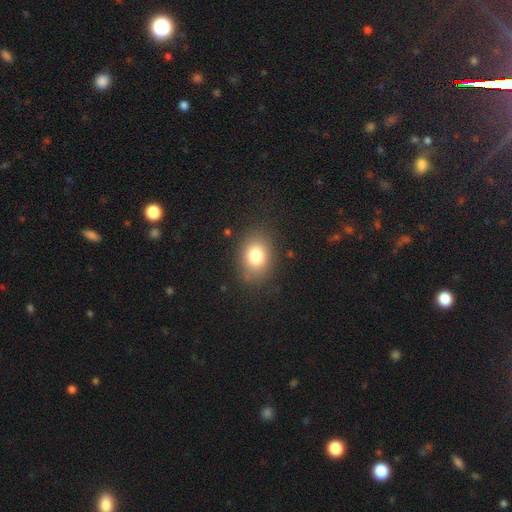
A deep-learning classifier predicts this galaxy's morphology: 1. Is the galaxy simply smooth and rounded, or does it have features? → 79% smooth, 11% star or artifact, 10% featured or disk.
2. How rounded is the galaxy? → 66% in between, 33% round, 1% cigar-shaped.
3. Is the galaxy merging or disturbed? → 83% none, 11% minor disturbance, 4% major disturbance, 1% merger.